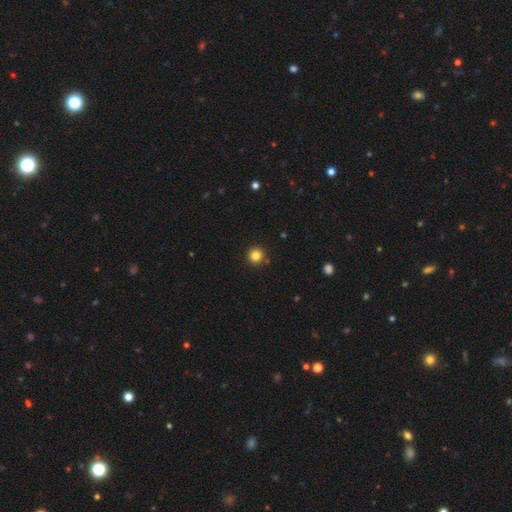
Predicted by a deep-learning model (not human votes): Q: Smooth or featured?
A: smooth (84%); runner-up: star or artifact (12%)
Q: How rounded?
A: round (95%); runner-up: in between (4%)
Q: Merging?
A: none (90%); runner-up: minor disturbance (6%)